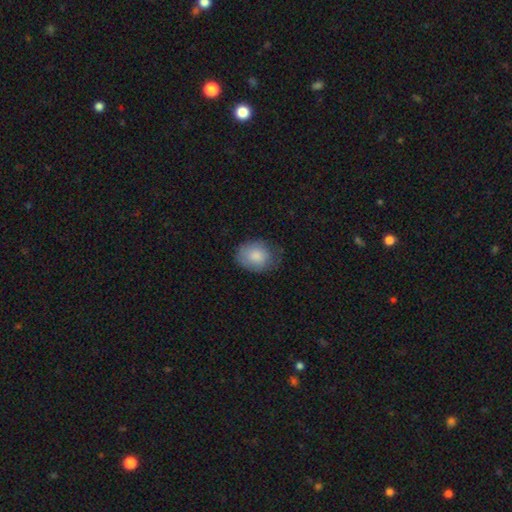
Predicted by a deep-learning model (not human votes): smooth 84%, featured or disk 9%, star or artifact 7%. Down the decision tree: how rounded — in between (51%); merging — none (64%).